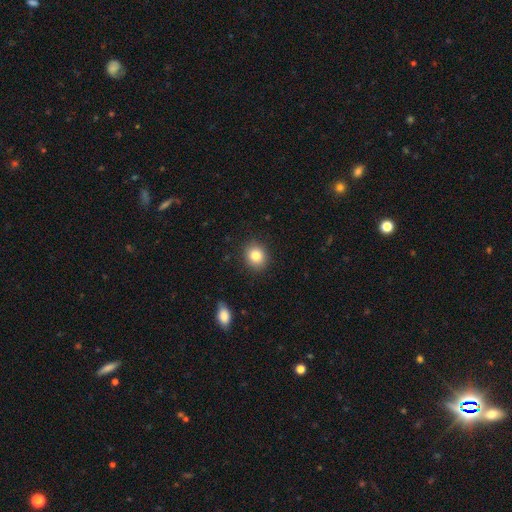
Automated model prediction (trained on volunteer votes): Smooth or featured?
  - smooth: 83% *
  - star or artifact: 10%
  - featured or disk: 8%
How rounded?
  - round: 73% *
  - in between: 26%
  - cigar-shaped: 1%
Merging?
  - none: 88% *
  - minor disturbance: 8%
  - major disturbance: 2%
  - merger: 1%